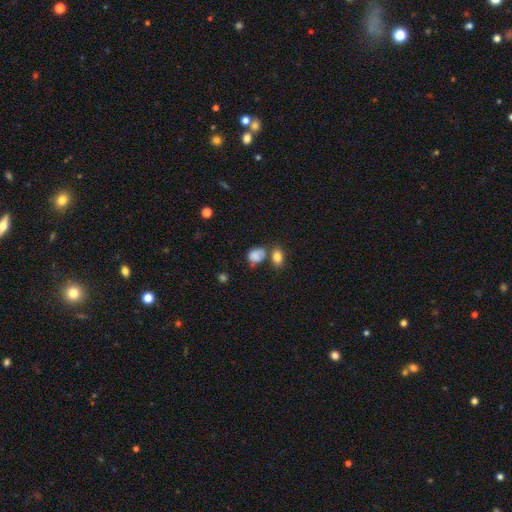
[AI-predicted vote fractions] Overall: smooth (82%). How rounded: in between (63%; round 35%). Merging: none (43%; merger 24%).